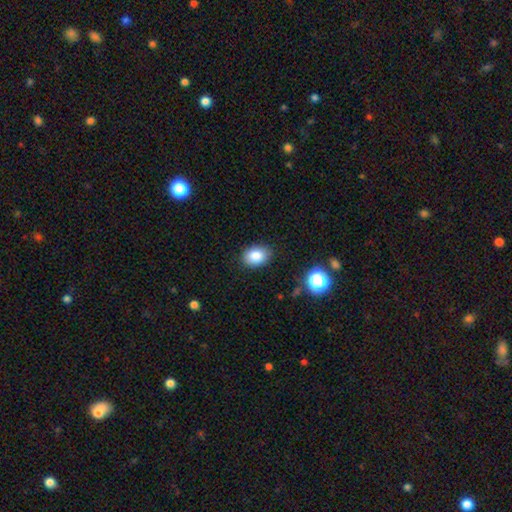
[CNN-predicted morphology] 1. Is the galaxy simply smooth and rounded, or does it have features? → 85% smooth, 10% star or artifact, 6% featured or disk.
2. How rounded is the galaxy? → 79% in between, 20% round, 1% cigar-shaped.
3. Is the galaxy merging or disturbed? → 86% none, 10% minor disturbance, 2% major disturbance, 1% merger.